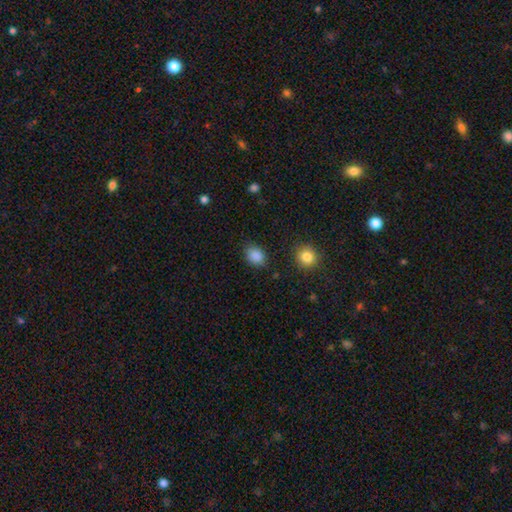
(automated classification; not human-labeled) smooth-or-featured: smooth: 87% | star or artifact: 9% | featured or disk: 3%
  how-rounded: in between: 56% | round: 43% | cigar-shaped: 1%
  merging: none: 80% | minor disturbance: 14% | major disturbance: 4% | merger: 2%